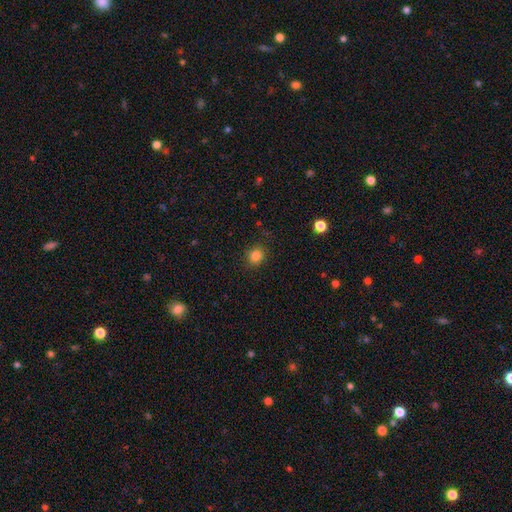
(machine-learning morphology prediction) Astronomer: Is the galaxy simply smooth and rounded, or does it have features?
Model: smooth — 84%.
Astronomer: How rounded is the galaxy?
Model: round — 78%.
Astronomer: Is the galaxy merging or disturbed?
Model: none — 87%.